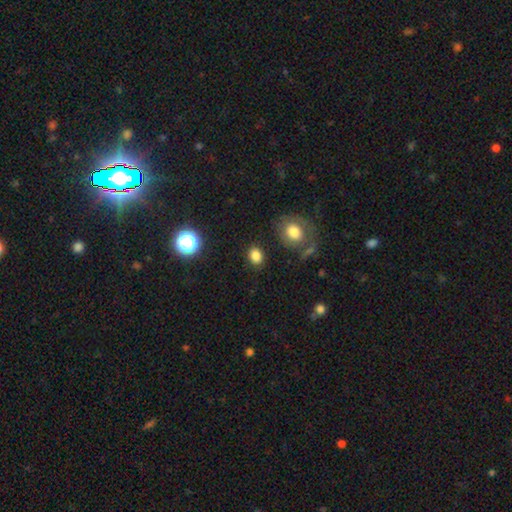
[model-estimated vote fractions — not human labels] smooth-or-featured: smooth: 82% | star or artifact: 13% | featured or disk: 5%
  how-rounded: in between: 57% | round: 42% | cigar-shaped: 1%
  merging: none: 85% | minor disturbance: 9% | major disturbance: 3% | merger: 3%